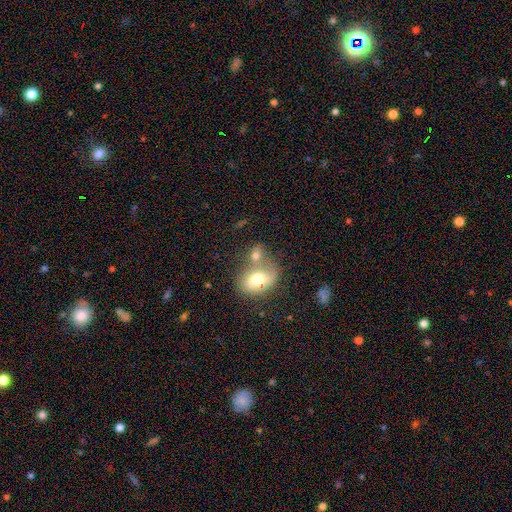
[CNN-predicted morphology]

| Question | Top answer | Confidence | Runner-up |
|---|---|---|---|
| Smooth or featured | smooth | 68% | featured or disk (22%) |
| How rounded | in between | 62% | round (36%) |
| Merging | merger | 59% | none (24%) |